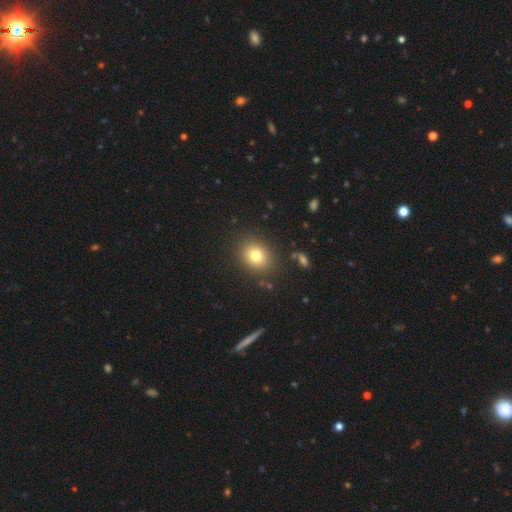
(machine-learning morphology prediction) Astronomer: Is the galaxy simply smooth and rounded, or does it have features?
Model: smooth — 77%.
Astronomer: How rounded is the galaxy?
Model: round — 61% (runner-up: in between, 38%).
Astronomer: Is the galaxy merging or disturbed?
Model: none — 88%.